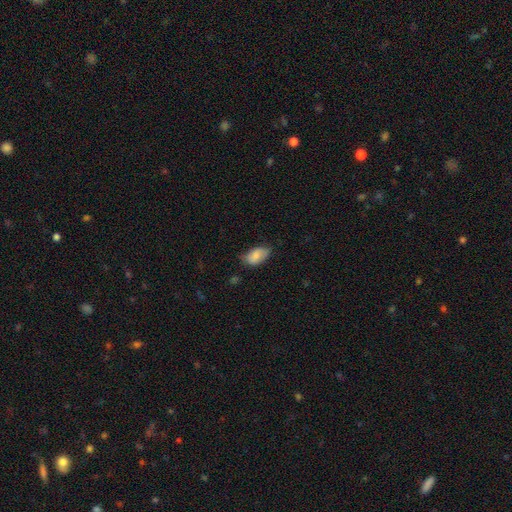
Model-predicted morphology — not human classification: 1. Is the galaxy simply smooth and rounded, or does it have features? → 81% smooth, 12% featured or disk, 7% star or artifact.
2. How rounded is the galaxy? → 93% in between, 5% round, 2% cigar-shaped.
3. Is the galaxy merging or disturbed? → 60% none, 33% minor disturbance, 6% major disturbance, 1% merger.